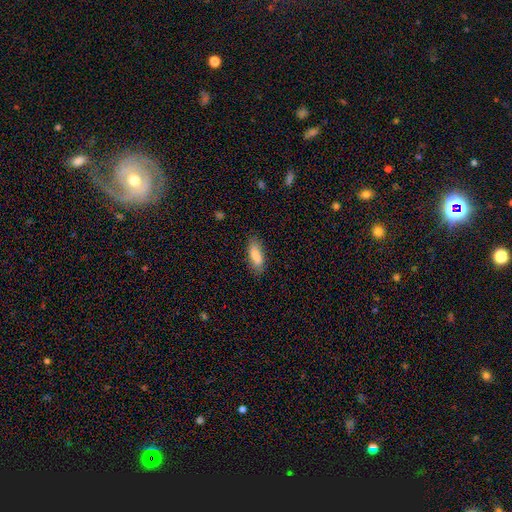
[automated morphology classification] smooth_or_featured: smooth (p=0.84) [alt: featured or disk p=0.10]
how_rounded: in between (p=0.70) [alt: cigar-shaped p=0.28]
merging: none (p=0.82) [alt: minor disturbance p=0.14]